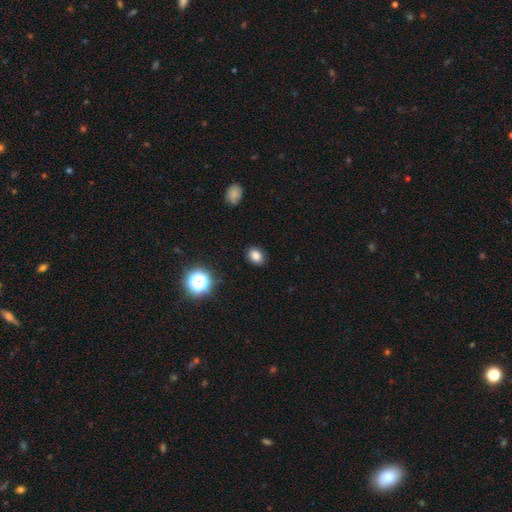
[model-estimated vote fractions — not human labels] The model was most divided on "how rounded": in between: 60%, round: 39%, cigar-shaped: 1%. More confident: merging — none (87%); smooth or featured — smooth (81%).